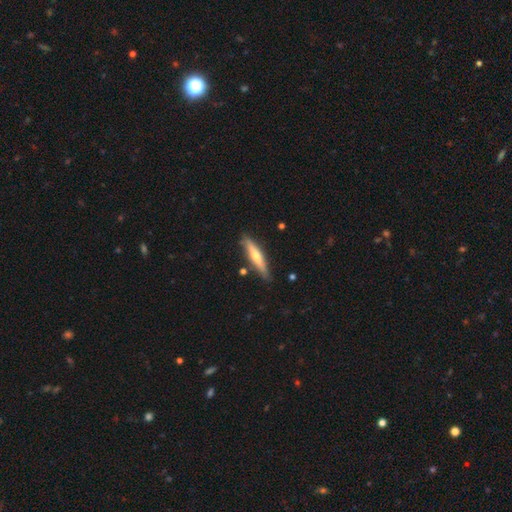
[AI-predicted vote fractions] Smooth or featured? Predicted: smooth (p=0.48). Merging? Predicted: none (p=0.83).